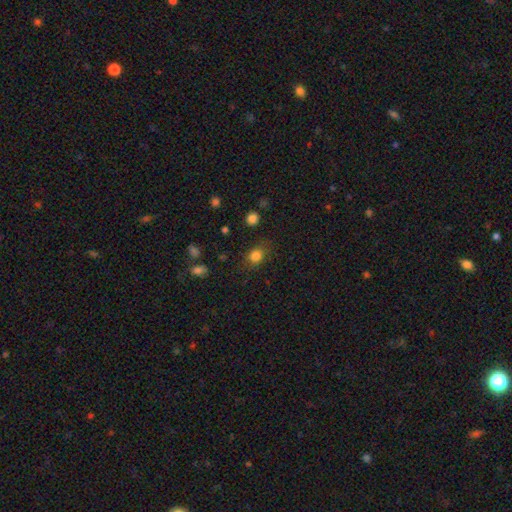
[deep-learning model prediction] smooth-or-featured: smooth: 81% | star or artifact: 13% | featured or disk: 6%
  how-rounded: round: 58% | in between: 41% | cigar-shaped: 1%
  merging: none: 74% | minor disturbance: 18% | major disturbance: 7% | merger: 2%